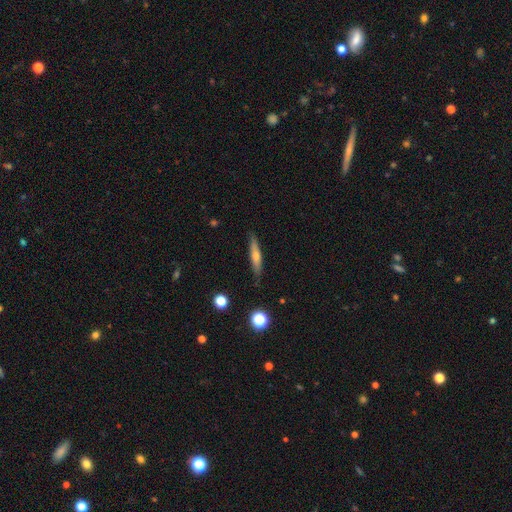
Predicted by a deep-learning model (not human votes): featured or disk 53%, smooth 40%, star or artifact 8%. Down the decision tree: edge-on disk — yes (94%); merging — none (88%).